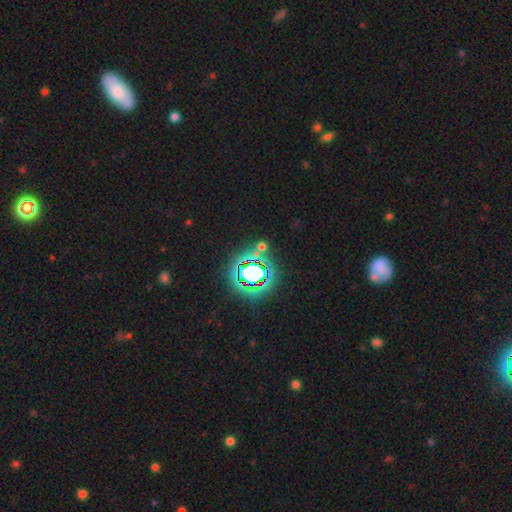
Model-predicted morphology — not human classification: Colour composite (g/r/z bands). It shows a star or artifact, not a galaxy (75%).